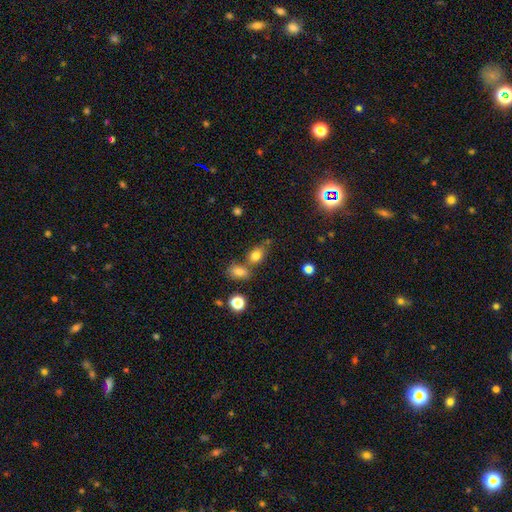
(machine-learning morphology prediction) smooth 78%, star or artifact 13%, featured or disk 9%. Down the decision tree: how rounded — in between (68%); merging — none (54%).